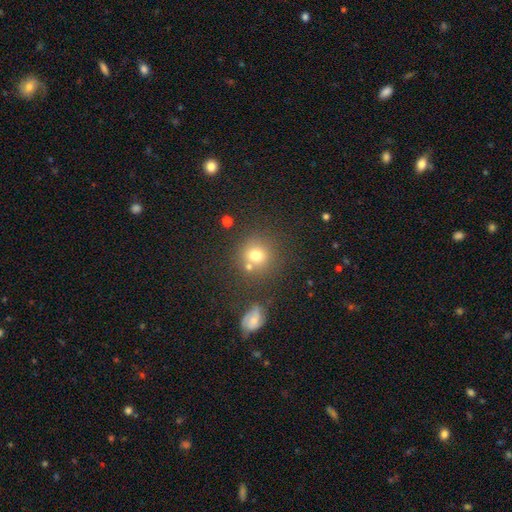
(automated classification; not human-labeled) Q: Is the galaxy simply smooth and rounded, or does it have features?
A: smooth — 73%.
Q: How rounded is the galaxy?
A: round — 88%.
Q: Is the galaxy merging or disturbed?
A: none — 68%.